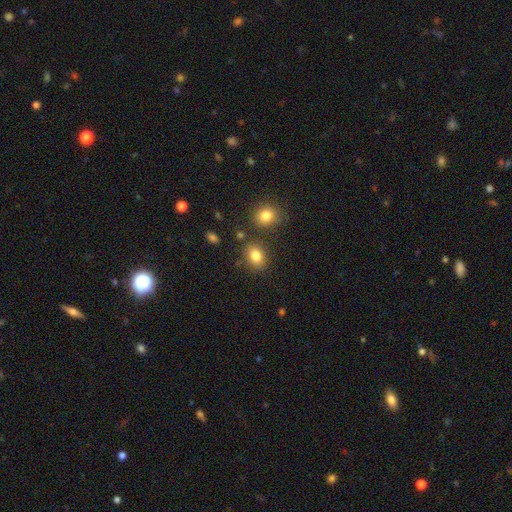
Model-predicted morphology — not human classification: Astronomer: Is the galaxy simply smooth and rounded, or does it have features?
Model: smooth — 82%.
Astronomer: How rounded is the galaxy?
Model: in between — 67%.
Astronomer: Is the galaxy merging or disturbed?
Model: none — 77%.